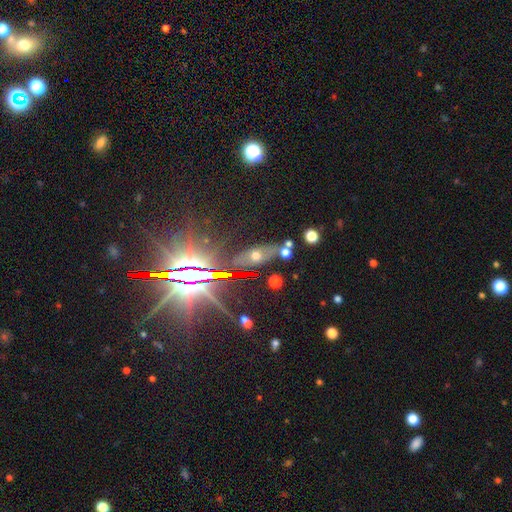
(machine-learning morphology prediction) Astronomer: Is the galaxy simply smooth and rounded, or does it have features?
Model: smooth — 47% (runner-up: star or artifact, 27%).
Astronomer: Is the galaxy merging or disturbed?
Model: none — 71%.